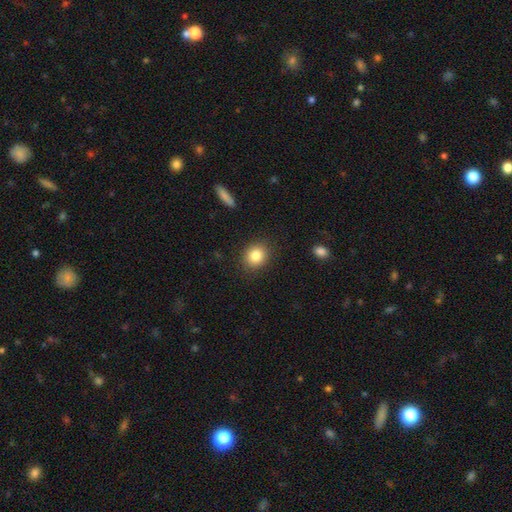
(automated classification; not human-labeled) Smooth or featured? Predicted: smooth (p=0.84). How rounded? Predicted: round (p=0.70). Merging? Predicted: none (p=0.88).